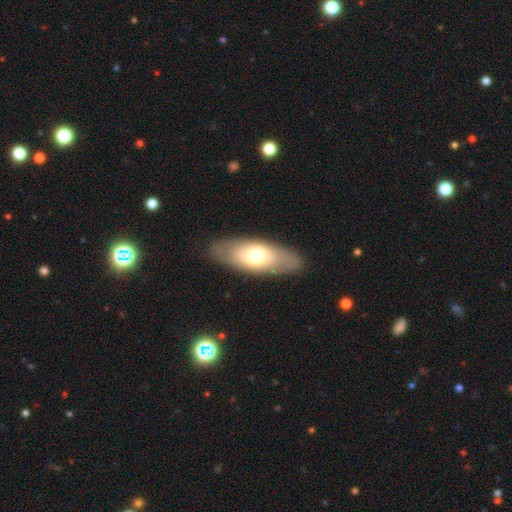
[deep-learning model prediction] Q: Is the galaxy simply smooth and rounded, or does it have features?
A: smooth — 60%.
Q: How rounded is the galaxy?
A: in between — 76%.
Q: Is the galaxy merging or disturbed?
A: none — 87%.